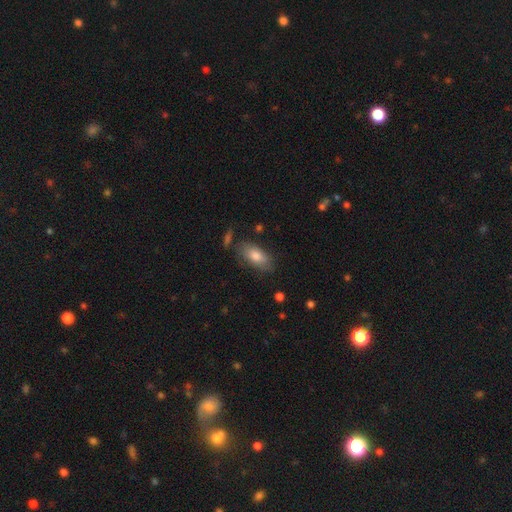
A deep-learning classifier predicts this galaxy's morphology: A smooth galaxy with no disk features (78%) that is in between round and cigar-shaped (90%).

Vote fractions:
- Smooth or featured? smooth: 78% / featured or disk: 16% / star or artifact: 6%
- How rounded? in between: 90% / cigar-shaped: 6% / round: 4%
- Merging? none: 74% / minor disturbance: 17% / major disturbance: 5% / merger: 3%